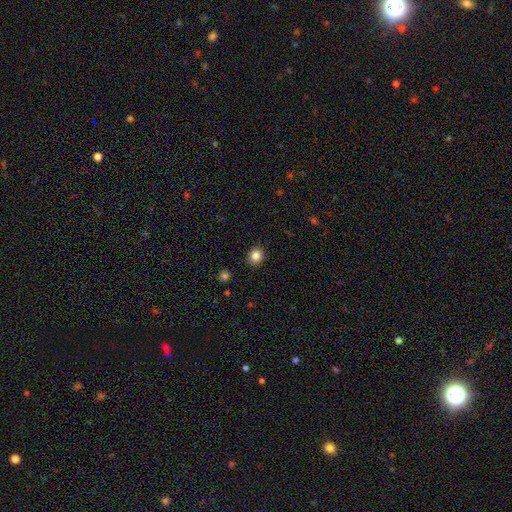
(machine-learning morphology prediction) A smooth galaxy with no disk features (84%) that is round (77%). Merging: none (91%).